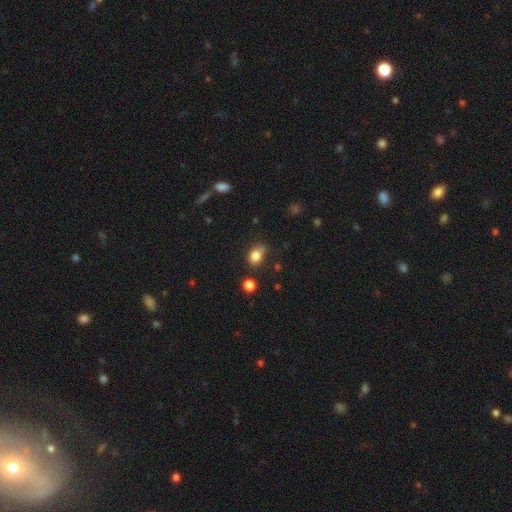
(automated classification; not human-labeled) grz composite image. It shows a smooth galaxy with no disk features (82%) that is in between round and cigar-shaped (67%). Merging: none (59%).